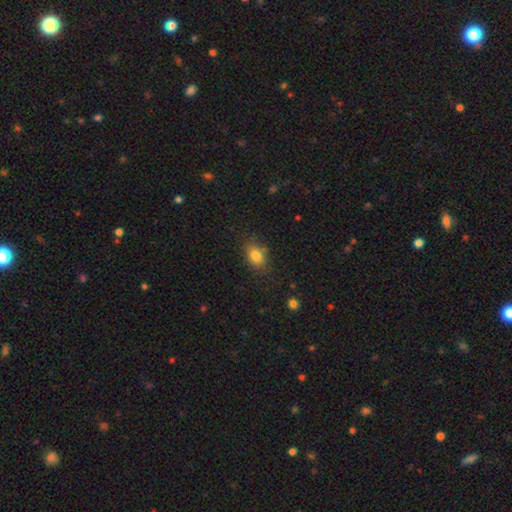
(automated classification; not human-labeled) Smooth or featured? smooth (82%)
How rounded? in between (77%)
Merging? none (78%)